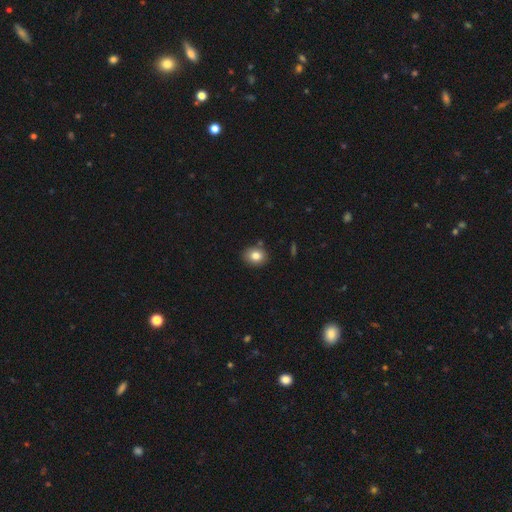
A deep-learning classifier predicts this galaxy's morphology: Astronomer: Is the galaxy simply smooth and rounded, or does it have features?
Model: smooth — 81%.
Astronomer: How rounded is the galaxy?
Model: round — 61% (runner-up: in between, 38%).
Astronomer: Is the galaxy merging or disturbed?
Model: none — 85%.